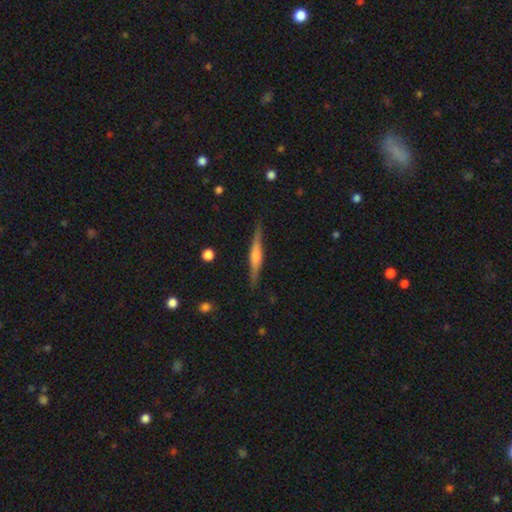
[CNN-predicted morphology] type=featured or disk (70%); edge-on=yes (97%); edge-on bulge=rounded (74%); merging=none (88%).